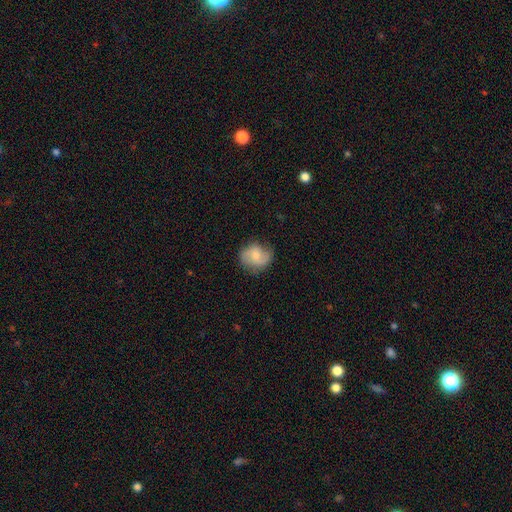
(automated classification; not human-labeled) The model was most divided on "smooth or featured": smooth: 53%, featured or disk: 40%, star or artifact: 8%. More confident: merging — none (72%); how rounded — round (67%).